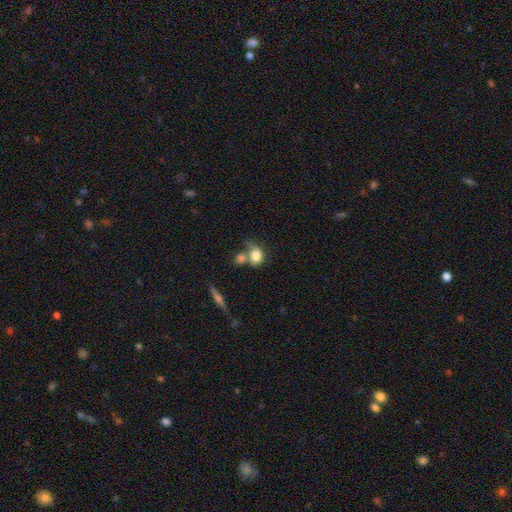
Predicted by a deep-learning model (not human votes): This is likely a smooth galaxy (79%). How rounded: possibly in between (56%). Merging: marginally merger (41%).